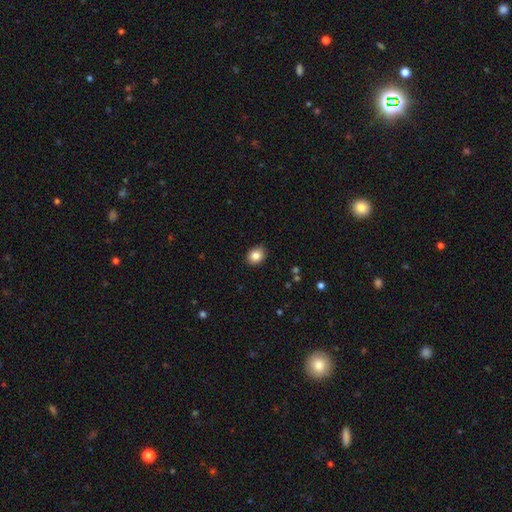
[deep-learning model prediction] A smooth galaxy with no disk features (84%) that is round (50%, tied with in between).

Vote fractions:
- Smooth or featured? smooth: 84% / star or artifact: 9% / featured or disk: 7%
- How rounded? round: 50% (tied) / in between: 50% (tied) / cigar-shaped: 1%
- Merging? none: 88% / minor disturbance: 9% / major disturbance: 2% / merger: 1%